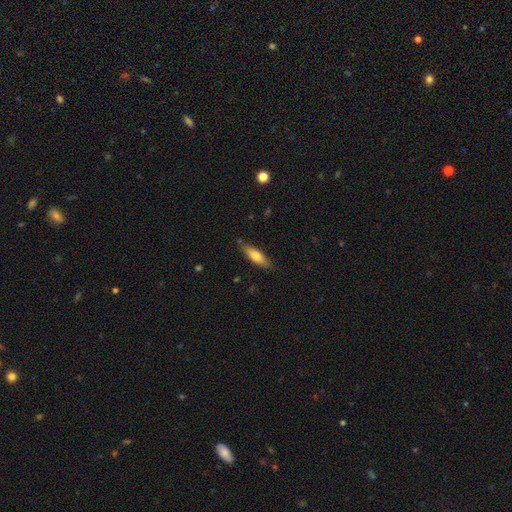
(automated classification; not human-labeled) This appears to be a smooth galaxy with no disk features (68%) that is cigar-shaped (57%). Merging: none (82%).